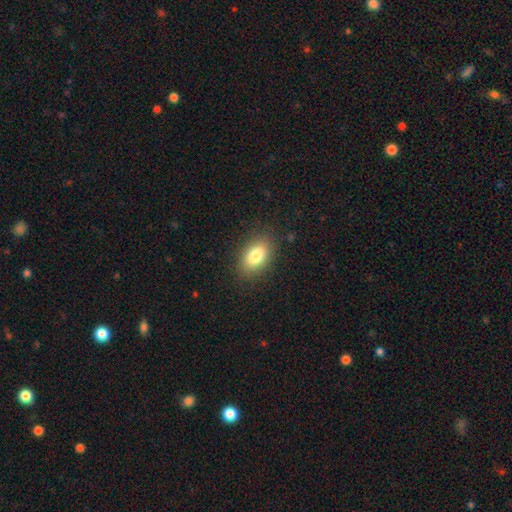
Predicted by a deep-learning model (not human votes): A smooth galaxy with no disk features (82%) that is in between round and cigar-shaped (89%). Merging: none (86%).